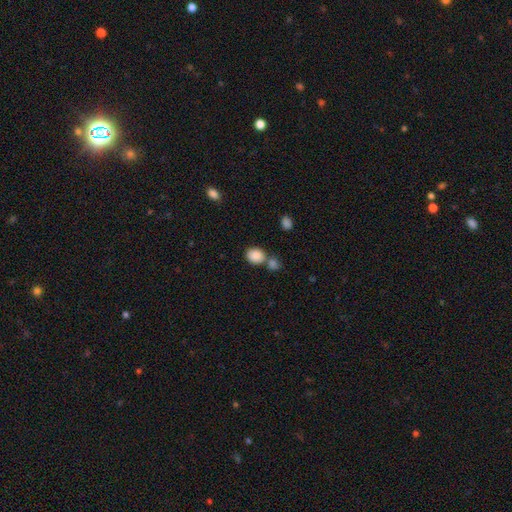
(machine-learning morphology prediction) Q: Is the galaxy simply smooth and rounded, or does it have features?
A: smooth — 87%.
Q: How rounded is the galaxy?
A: round — 57%.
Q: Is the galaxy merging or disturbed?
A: none — 55%.